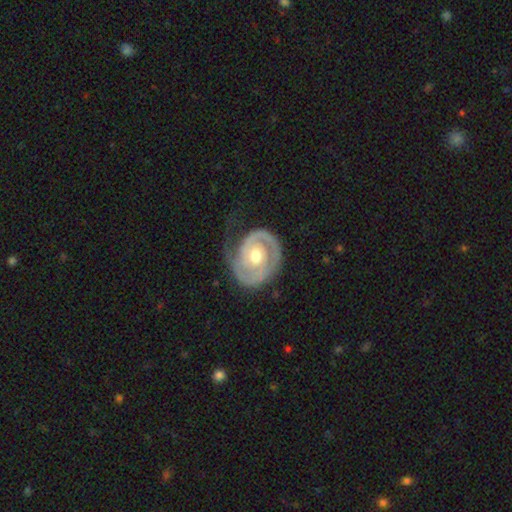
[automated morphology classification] Q: Smooth or featured?
A: featured or disk (88%); runner-up: smooth (8%)
Q: Edge-on disk?
A: no (98%); runner-up: yes (2%)
Q: Bar?
A: no (65%); runner-up: weak (28%)
Q: Spiral arms?
A: yes (95%); runner-up: no (5%)
Q: Spiral winding?
A: tight (69%); runner-up: medium (25%)
Q: Spiral arm count?
A: 2 (49%); runner-up: 1 (36%)
Q: Bulge size?
A: moderate (73%); runner-up: small (20%)
Q: Merging?
A: none (64%); runner-up: minor disturbance (22%)